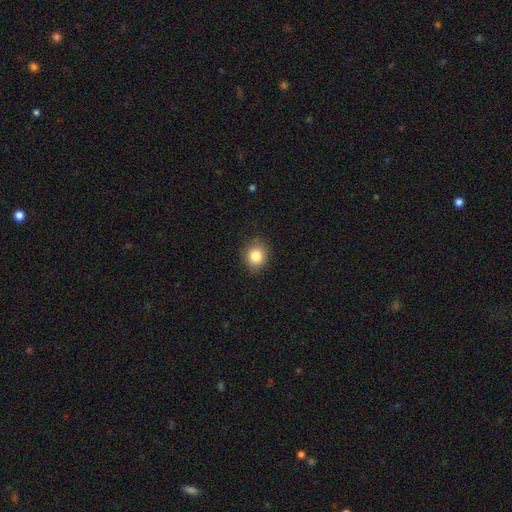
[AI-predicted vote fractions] This is clearly a smooth galaxy (84%). How rounded: likely round (72%). Merging: clearly none (87%).